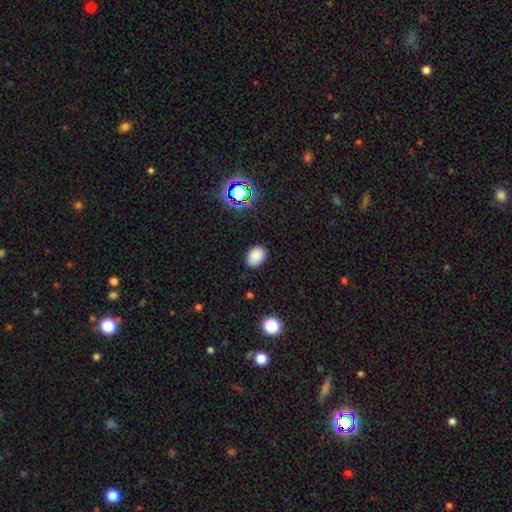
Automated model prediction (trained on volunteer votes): smooth 84%, star or artifact 12%, featured or disk 4%. Down the decision tree: how rounded — in between (76%); merging — none (85%).